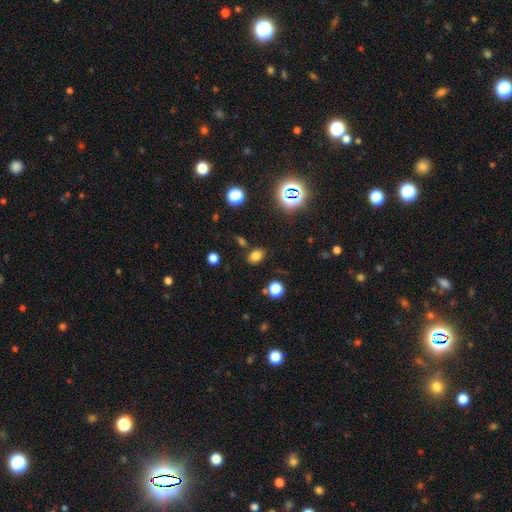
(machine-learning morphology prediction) Smooth or featured? smooth (76%)
How rounded? in between (69%)
Merging? none (78%)